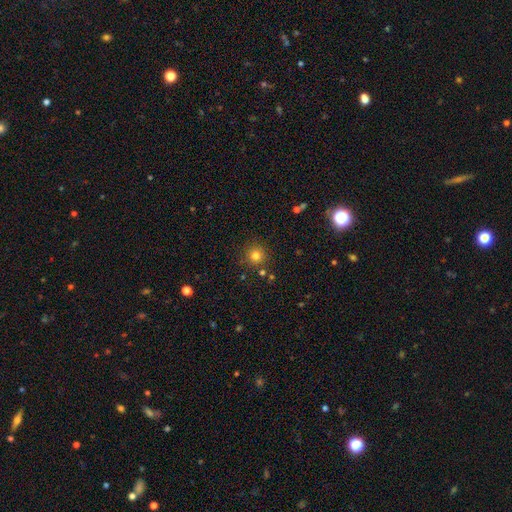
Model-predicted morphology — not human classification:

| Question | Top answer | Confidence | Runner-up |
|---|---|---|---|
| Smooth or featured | smooth | 79% | star or artifact (15%) |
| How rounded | round | 95% | in between (4%) |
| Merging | none | 85% | minor disturbance (8%) |